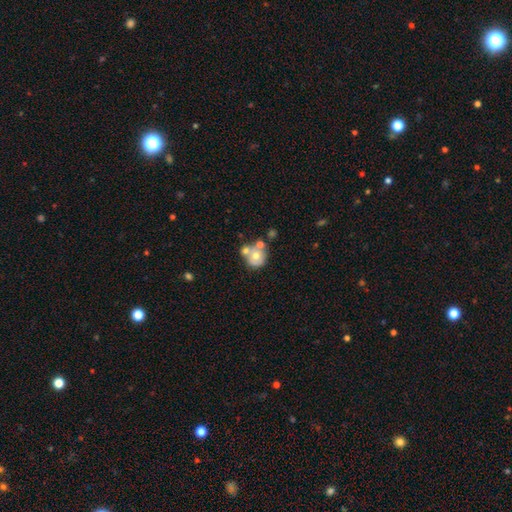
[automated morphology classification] smooth_or_featured: smooth (p=0.57) [alt: featured or disk p=0.33]
how_rounded: round (p=0.81) [alt: in between p=0.18]
merging: merger (p=0.41) [alt: none p=0.39]